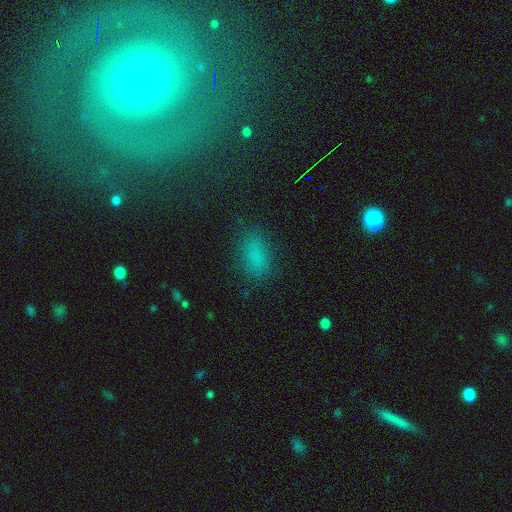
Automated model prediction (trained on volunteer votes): Morphology: type=smooth (76%); roundness=in between (87%); merging=none (80%).